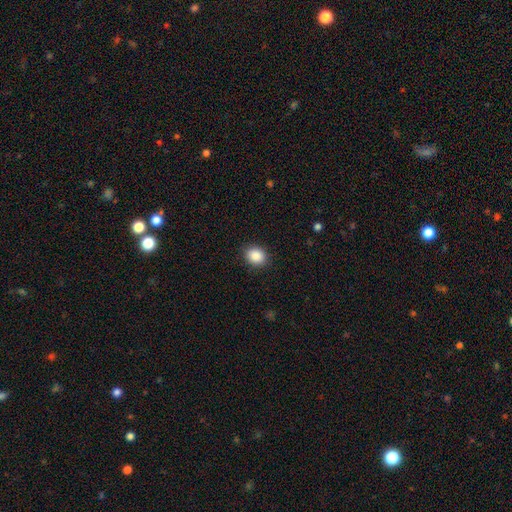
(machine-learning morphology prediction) Smooth or featured? smooth (88%)
How rounded? round (63%)
Merging? none (89%)